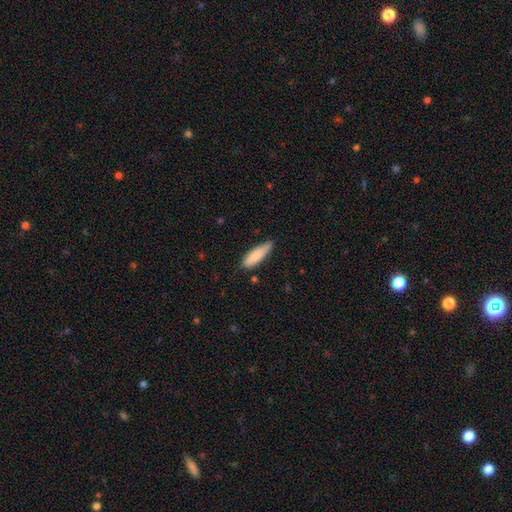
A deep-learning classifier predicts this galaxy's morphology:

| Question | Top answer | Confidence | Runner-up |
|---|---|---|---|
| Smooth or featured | smooth | 81% | featured or disk (14%) |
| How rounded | cigar-shaped | 51% | in between (47%) |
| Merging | none | 66% | minor disturbance (28%) |